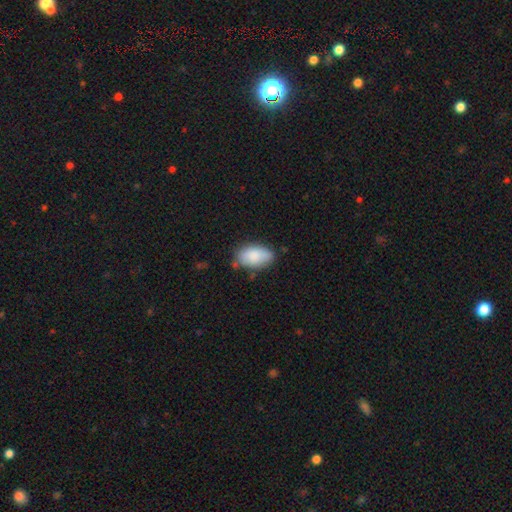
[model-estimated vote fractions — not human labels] Overall: smooth (85%). How rounded: in between (93%). Merging: none (70%).